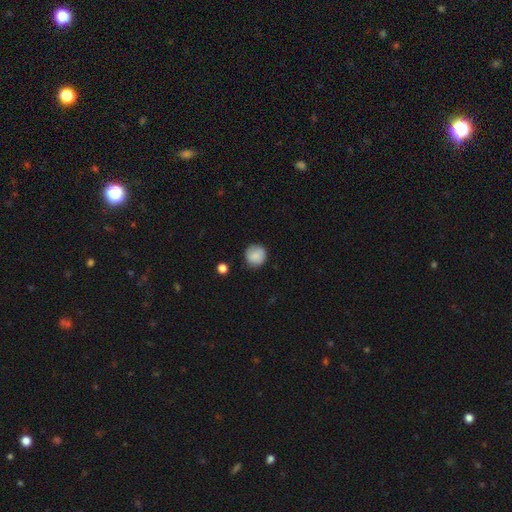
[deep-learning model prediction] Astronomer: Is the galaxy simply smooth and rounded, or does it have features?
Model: smooth — 85%.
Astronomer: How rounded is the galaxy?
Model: round — 93%.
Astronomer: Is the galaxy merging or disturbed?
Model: none — 83%.